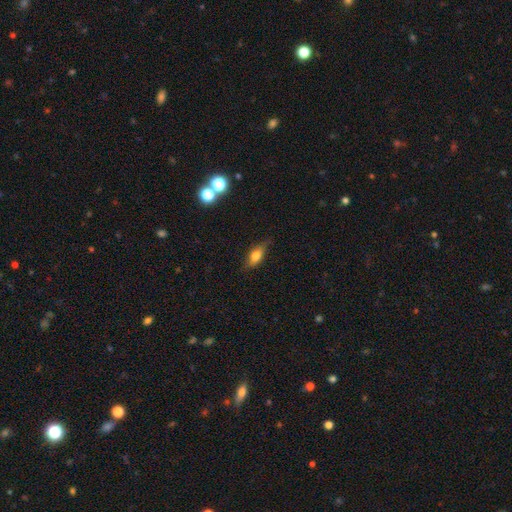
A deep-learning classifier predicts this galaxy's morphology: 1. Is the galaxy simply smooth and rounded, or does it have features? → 64% smooth, 27% featured or disk, 9% star or artifact.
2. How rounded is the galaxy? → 75% in between, 17% cigar-shaped, 9% round.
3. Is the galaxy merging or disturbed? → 72% none, 22% minor disturbance, 5% major disturbance, 2% merger.